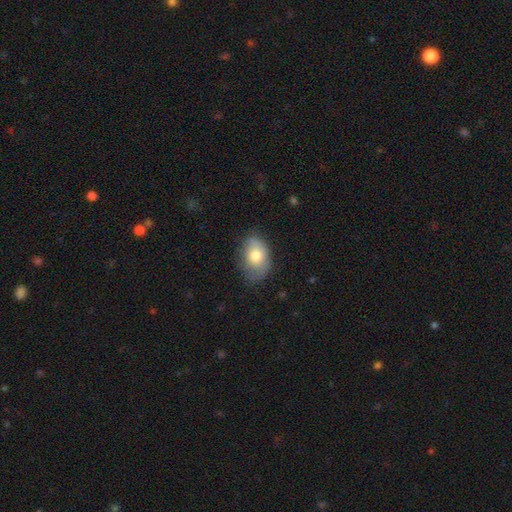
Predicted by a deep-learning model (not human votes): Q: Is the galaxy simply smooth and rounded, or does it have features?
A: smooth — 74%.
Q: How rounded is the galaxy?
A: in between — 85%.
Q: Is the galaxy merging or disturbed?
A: none — 61%.